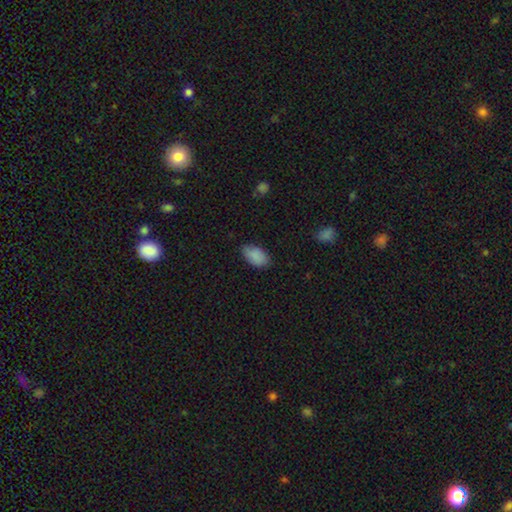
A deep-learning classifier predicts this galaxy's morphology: smooth 88%, star or artifact 7%, featured or disk 5%. Down the decision tree: how rounded — in between (94%); merging — none (78%).